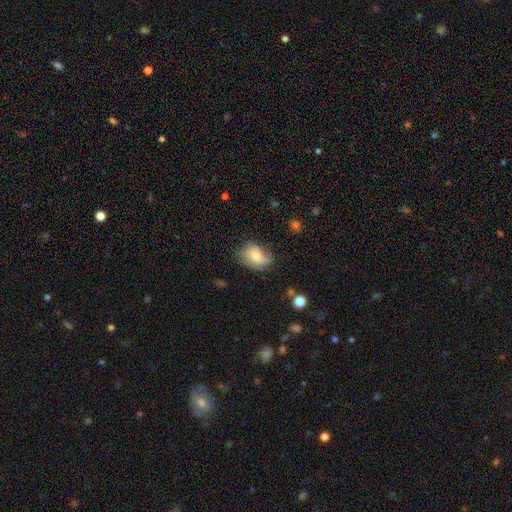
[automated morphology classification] smooth-or-featured: smooth: 62% | featured or disk: 29% | star or artifact: 9%
  how-rounded: in between: 79% | round: 20% | cigar-shaped: 1%
  merging: none: 52% | minor disturbance: 33% | major disturbance: 13% | merger: 2%